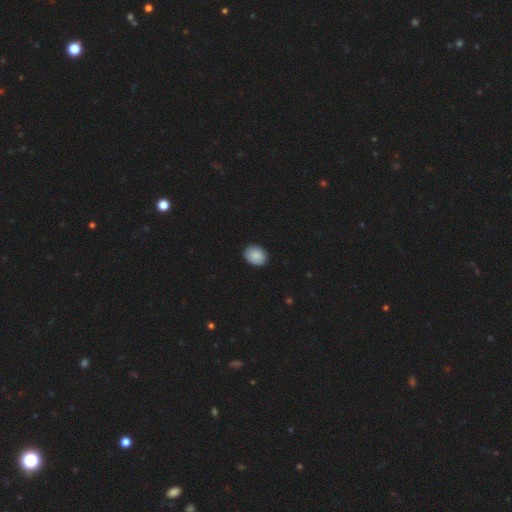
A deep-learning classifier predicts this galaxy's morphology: A smooth galaxy with no disk features (88%) that is in between round and cigar-shaped (52%).

Vote fractions:
- Smooth or featured? smooth: 88% / star or artifact: 7% / featured or disk: 5%
- How rounded? in between: 52% / round: 47% / cigar-shaped: 1%
- Merging? none: 89% / minor disturbance: 8% / major disturbance: 2% / merger: 1%